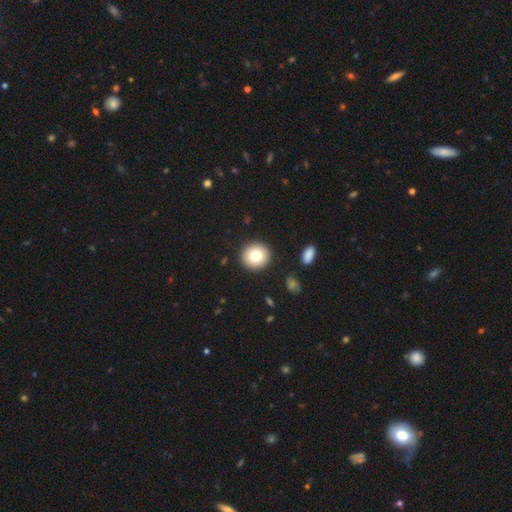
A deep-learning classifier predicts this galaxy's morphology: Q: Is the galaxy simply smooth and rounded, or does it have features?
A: smooth — 77%.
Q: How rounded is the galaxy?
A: round — 90%.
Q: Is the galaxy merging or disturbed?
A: none — 91%.